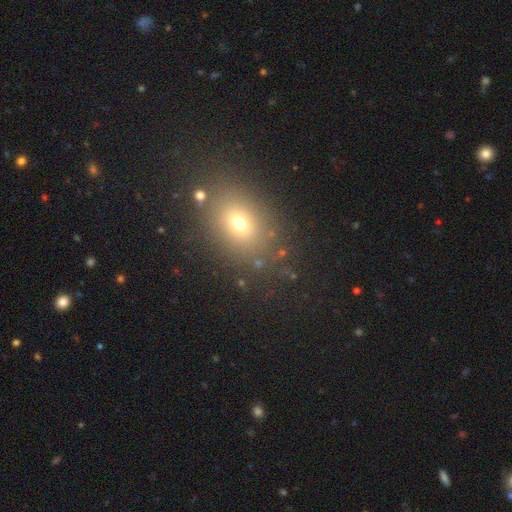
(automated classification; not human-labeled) smooth-or-featured: smooth: 60% | star or artifact: 29% | featured or disk: 11%
  how-rounded: in between: 58% | round: 41% | cigar-shaped: 2%
  merging: none: 85% | minor disturbance: 9% | major disturbance: 4% | merger: 3%